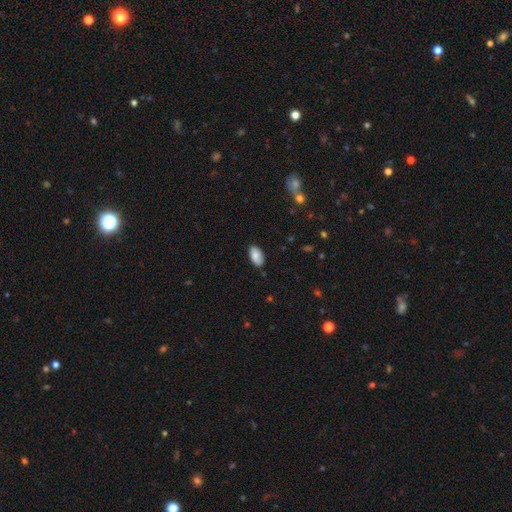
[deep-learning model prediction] smooth-or-featured: smooth: 82% | featured or disk: 11% | star or artifact: 7%
  how-rounded: in between: 94% | round: 4% | cigar-shaped: 2%
  merging: none: 82% | minor disturbance: 14% | major disturbance: 3% | merger: 1%